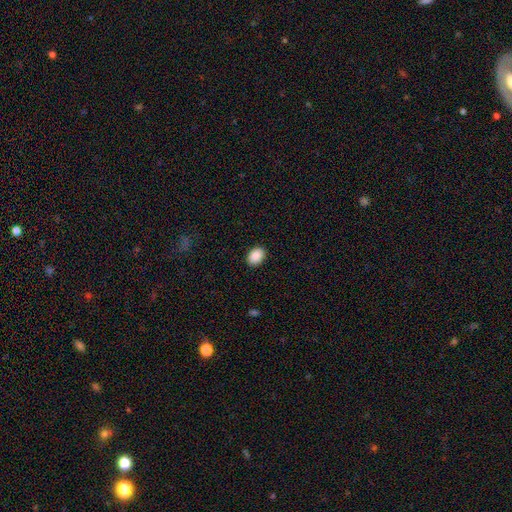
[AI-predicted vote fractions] This is clearly a smooth galaxy (90%). How rounded: likely in between (75%). Merging: clearly none (89%).